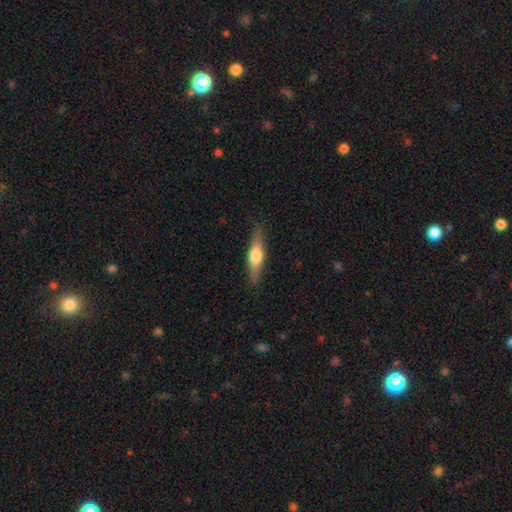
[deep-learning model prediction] Smooth or featured: smooth — 51% (featured or disk — 43%)
How rounded: cigar-shaped — 72% (in between — 26%)
Merging: none — 86% (minor disturbance — 11%)